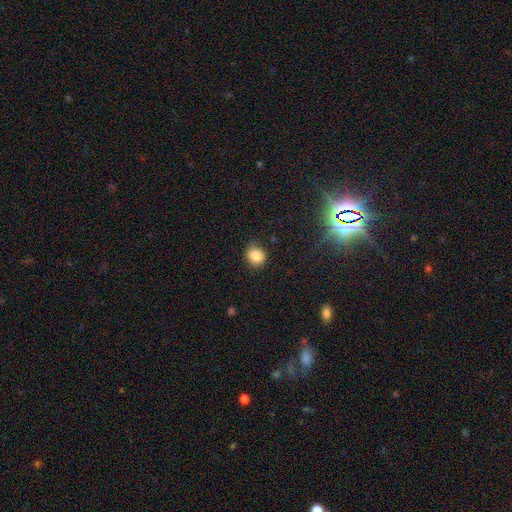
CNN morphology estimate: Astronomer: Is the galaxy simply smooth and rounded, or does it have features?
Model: smooth — 83%.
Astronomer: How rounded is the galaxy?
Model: round — 84%.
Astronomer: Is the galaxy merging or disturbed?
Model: none — 80%.